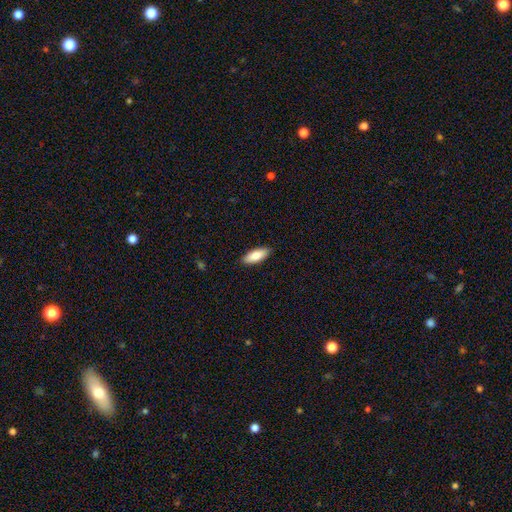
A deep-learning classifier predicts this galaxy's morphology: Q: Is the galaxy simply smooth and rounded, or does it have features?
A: smooth — 83%.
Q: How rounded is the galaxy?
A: in between — 73%.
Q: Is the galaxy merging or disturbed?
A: none — 89%.